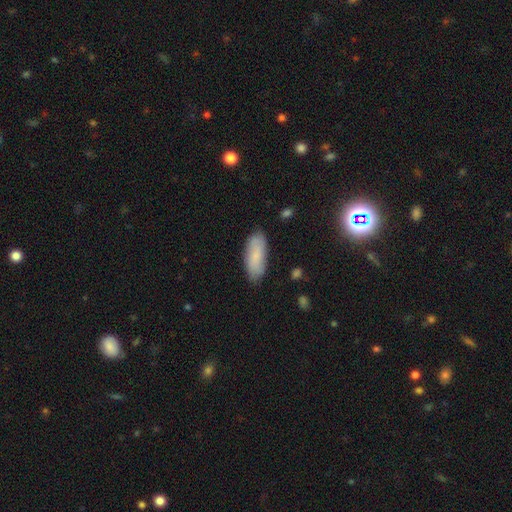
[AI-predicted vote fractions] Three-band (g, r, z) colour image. It shows a smooth galaxy with no disk features (78%) that is in between round and cigar-shaped (77%). Merging: none (84%).